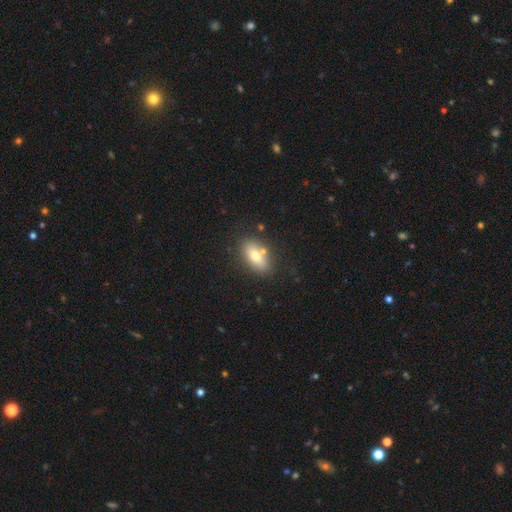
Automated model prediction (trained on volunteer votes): The model was most divided on "smooth or featured": smooth: 71%, featured or disk: 20%, star or artifact: 8%. More confident: how rounded — in between (84%); merging — none (74%).